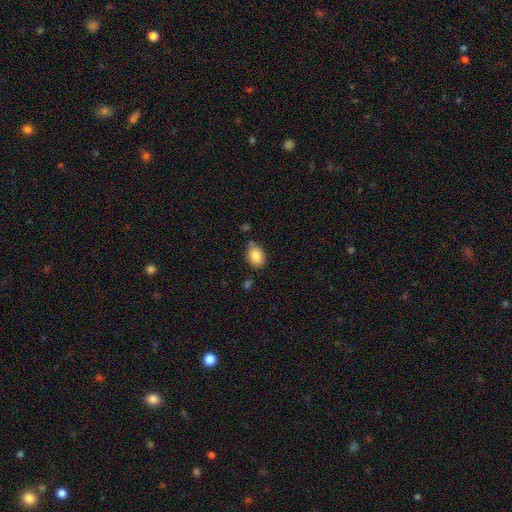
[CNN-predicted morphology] A smooth galaxy with no disk features (86%) that is in between round and cigar-shaped (76%).

Vote fractions:
- Smooth or featured? smooth: 86% / star or artifact: 8% / featured or disk: 6%
- How rounded? in between: 76% / round: 23% / cigar-shaped: 1%
- Merging? none: 66% / minor disturbance: 23% / merger: 7% / major disturbance: 4%